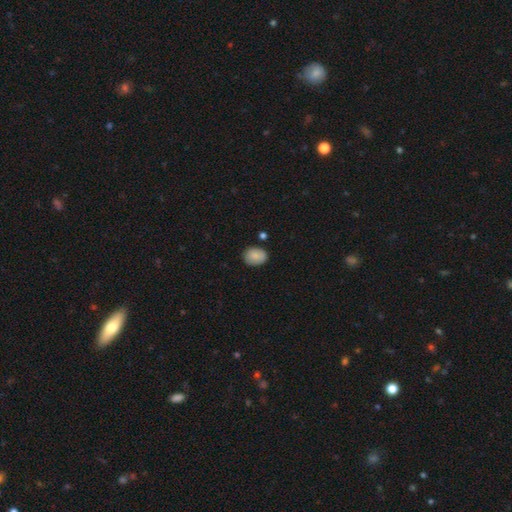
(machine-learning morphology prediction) Overall: smooth (86%). How rounded: in between (55%; round 44%). Merging: none (81%).